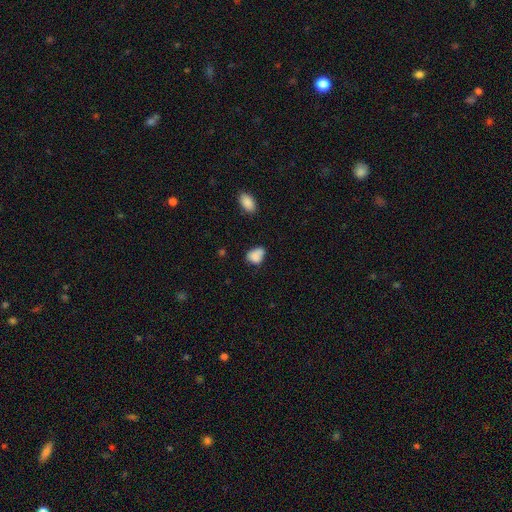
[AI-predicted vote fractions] A smooth galaxy with no disk features (82%) that is in between round and cigar-shaped (72%). Merging: none (48%).